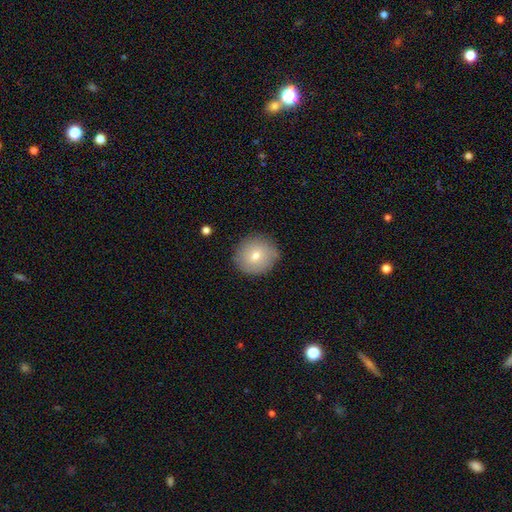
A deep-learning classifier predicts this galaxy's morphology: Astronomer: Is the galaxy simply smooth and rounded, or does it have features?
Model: smooth — 68%.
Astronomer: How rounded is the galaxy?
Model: round — 90%.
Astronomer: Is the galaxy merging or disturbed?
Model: none — 85%.